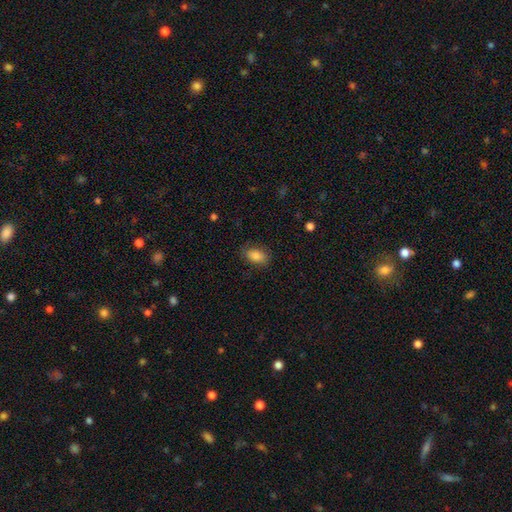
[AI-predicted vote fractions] Overall: smooth (86%). How rounded: in between (91%). Merging: none (81%).